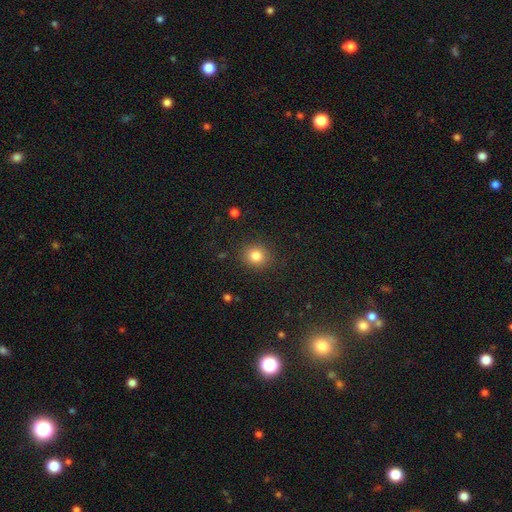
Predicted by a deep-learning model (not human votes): Smooth or featured? smooth (83%)
How rounded? round (81%)
Merging? none (89%)